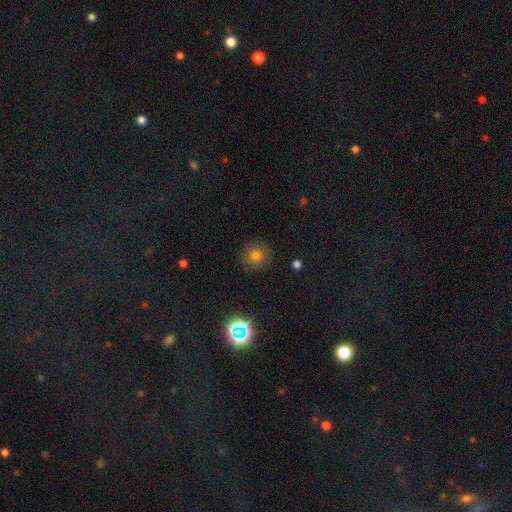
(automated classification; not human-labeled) A smooth galaxy with no disk features (74%) that is round (94%).

Vote fractions:
- Smooth or featured? smooth: 74% / star or artifact: 16% / featured or disk: 10%
- How rounded? round: 94% / in between: 5% / cigar-shaped: 1%
- Merging? none: 87% / minor disturbance: 9% / major disturbance: 3% / merger: 1%